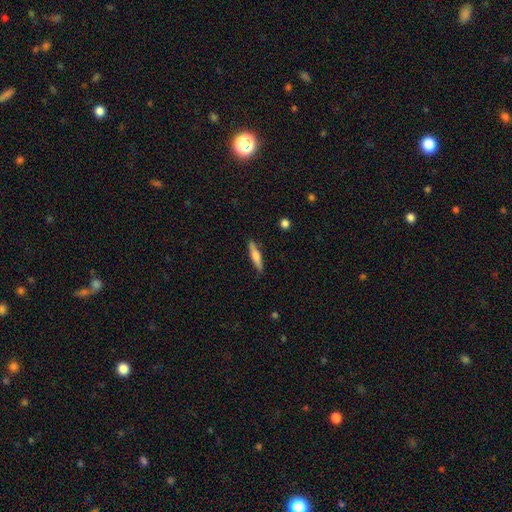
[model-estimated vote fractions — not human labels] Smooth or featured: smooth — 51% (featured or disk — 43%)
How rounded: cigar-shaped — 85% (in between — 13%)
Merging: none — 87% (minor disturbance — 9%)